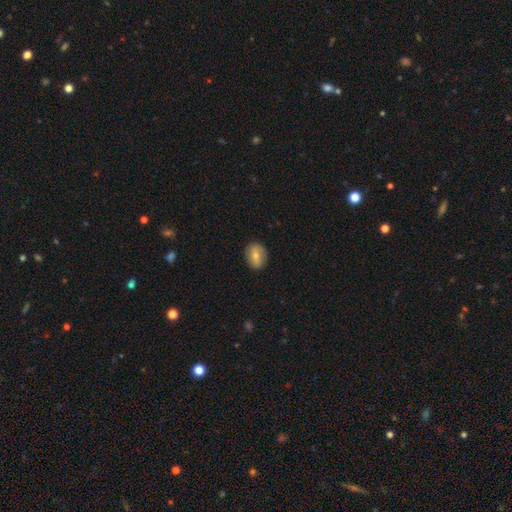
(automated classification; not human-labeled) The model was most divided on "how rounded": in between: 53%, round: 45%, cigar-shaped: 2%. More confident: merging — none (86%); smooth or featured — smooth (65%).